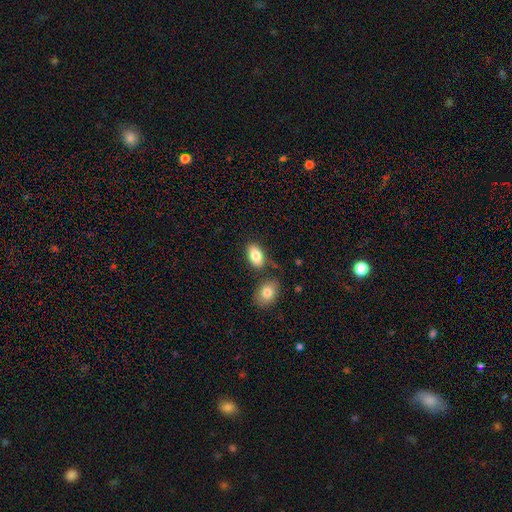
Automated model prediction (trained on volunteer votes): A smooth galaxy with no disk features (82%) that is in between round and cigar-shaped (92%).

Vote fractions:
- Smooth or featured? smooth: 82% / featured or disk: 11% / star or artifact: 7%
- How rounded? in between: 92% / round: 6% / cigar-shaped: 2%
- Merging? none: 71% / merger: 13% / minor disturbance: 13% / major disturbance: 4%